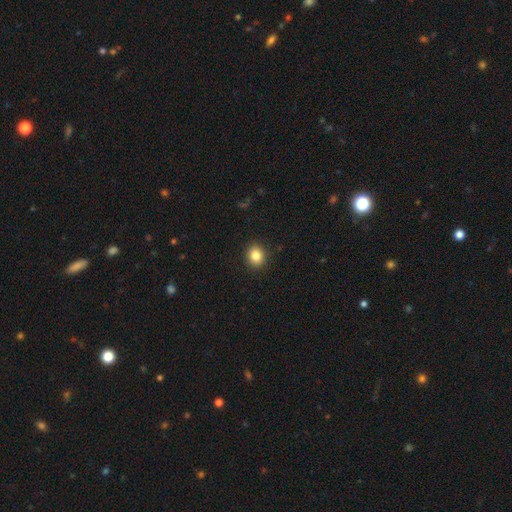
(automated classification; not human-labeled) This appears to be a smooth galaxy with no disk features (84%) that is round (70%). Merging: none (91%).